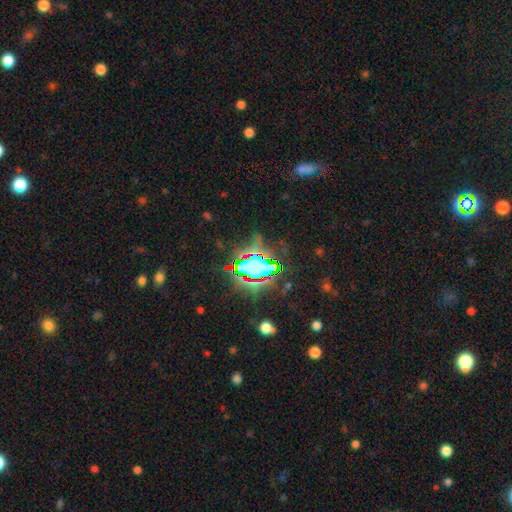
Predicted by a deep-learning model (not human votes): This appears to be a star or artifact, not a galaxy (79%).